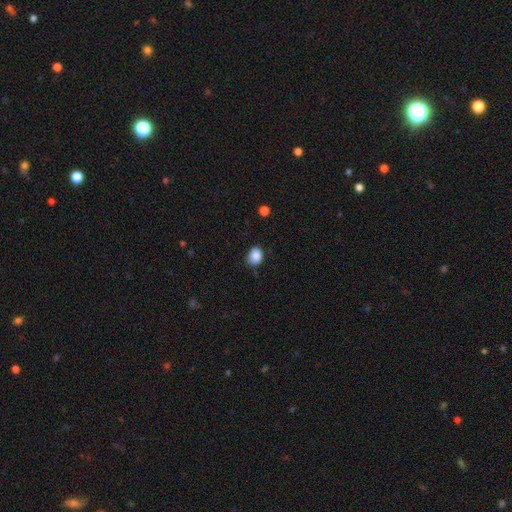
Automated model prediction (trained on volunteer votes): Smooth or featured: smooth — 87% (star or artifact — 9%)
How rounded: in between — 59% (round — 40%)
Merging: none — 75% (minor disturbance — 20%)